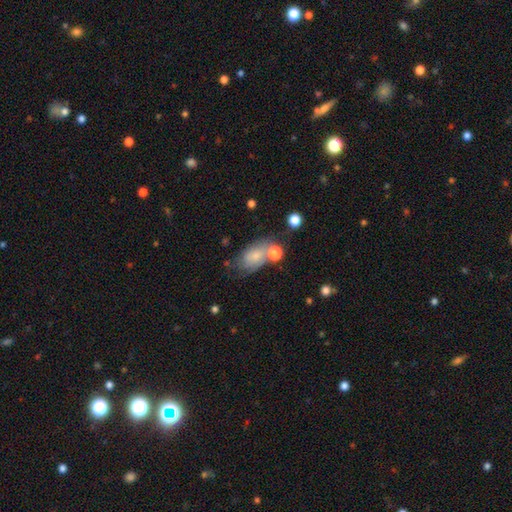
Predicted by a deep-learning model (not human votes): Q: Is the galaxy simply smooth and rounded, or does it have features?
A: smooth — 70%.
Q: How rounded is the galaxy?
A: in between — 86%.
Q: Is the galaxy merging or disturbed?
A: none — 48%.